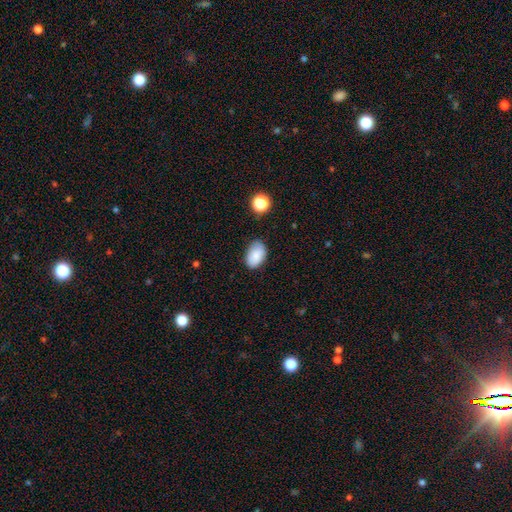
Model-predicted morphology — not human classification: smooth-or-featured: smooth: 86% | star or artifact: 8% | featured or disk: 6%
  how-rounded: in between: 89% | round: 10% | cigar-shaped: 1%
  merging: none: 73% | minor disturbance: 21% | major disturbance: 4% | merger: 2%